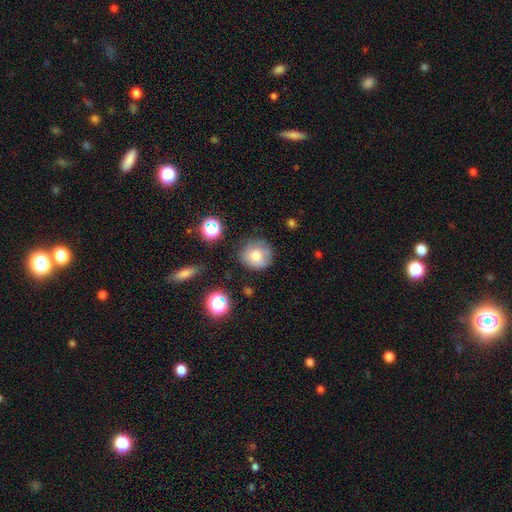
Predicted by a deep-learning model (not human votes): This appears to be a smooth galaxy with no disk features (72%) that is round (91%). Merging: none (76%).